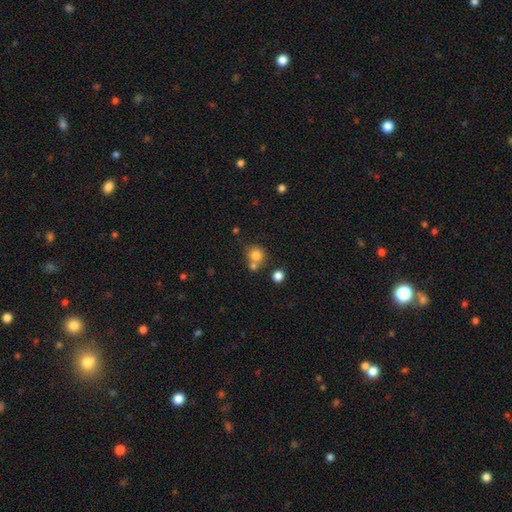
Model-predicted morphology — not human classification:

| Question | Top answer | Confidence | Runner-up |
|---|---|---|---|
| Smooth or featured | smooth | 80% | star or artifact (12%) |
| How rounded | round | 89% | in between (10%) |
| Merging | none | 60% | merger (28%) |